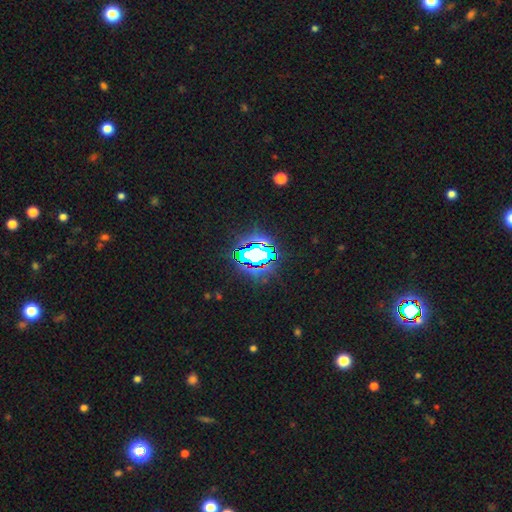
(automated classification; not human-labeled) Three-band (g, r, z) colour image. It shows a star or artifact, not a galaxy (68%).